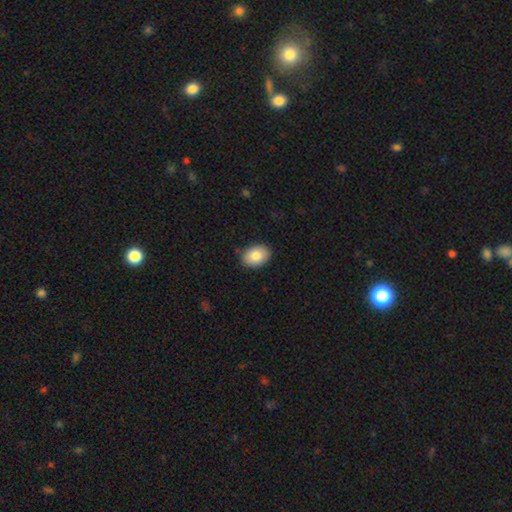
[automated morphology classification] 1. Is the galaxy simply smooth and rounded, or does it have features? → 84% smooth, 9% featured or disk, 7% star or artifact.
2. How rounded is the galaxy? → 81% in between, 18% round, 1% cigar-shaped.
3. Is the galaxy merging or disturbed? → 88% none, 9% minor disturbance, 2% major disturbance, 1% merger.